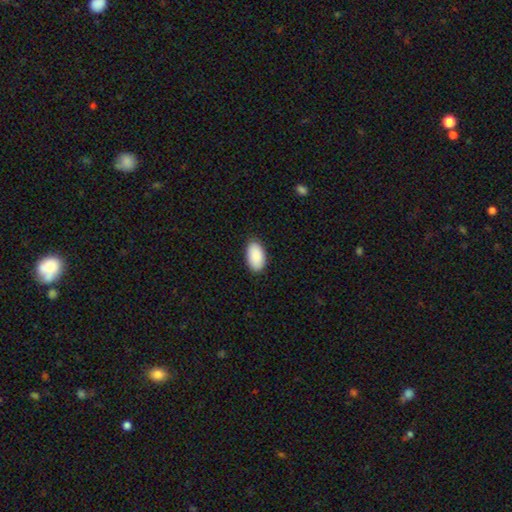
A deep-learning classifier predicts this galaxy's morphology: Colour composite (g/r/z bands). It shows a smooth galaxy with no disk features (91%) that is in between round and cigar-shaped (96%). Merging: none (86%).